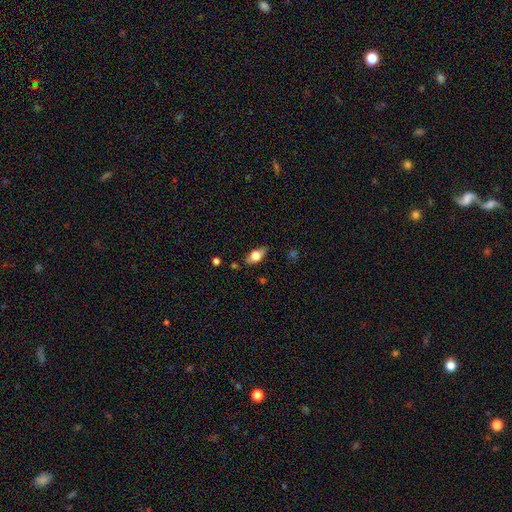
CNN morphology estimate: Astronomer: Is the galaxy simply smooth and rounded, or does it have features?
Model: smooth — 62%.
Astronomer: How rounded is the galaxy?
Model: in between — 81%.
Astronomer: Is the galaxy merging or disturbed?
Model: none — 75%.